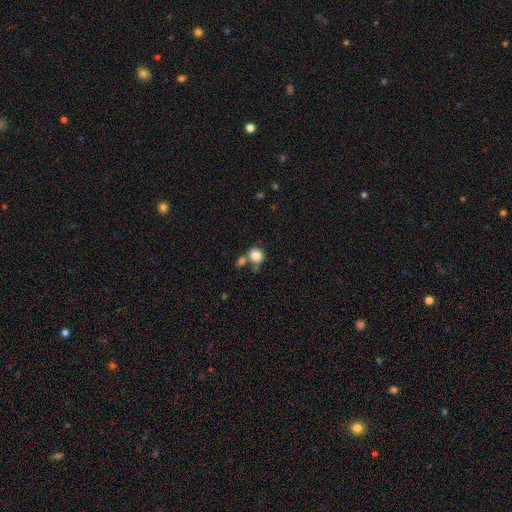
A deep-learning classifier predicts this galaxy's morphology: smooth-or-featured: smooth: 84% | star or artifact: 9% | featured or disk: 7%
  how-rounded: round: 79% | in between: 20% | cigar-shaped: 1%
  merging: none: 52% | merger: 29% | minor disturbance: 13% | major disturbance: 5%